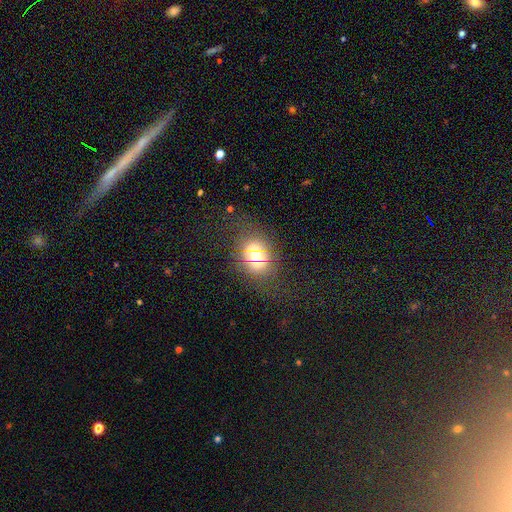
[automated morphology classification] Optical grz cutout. It shows a smooth galaxy with no disk features (57%) that is round (56%). Merging: none (75%).